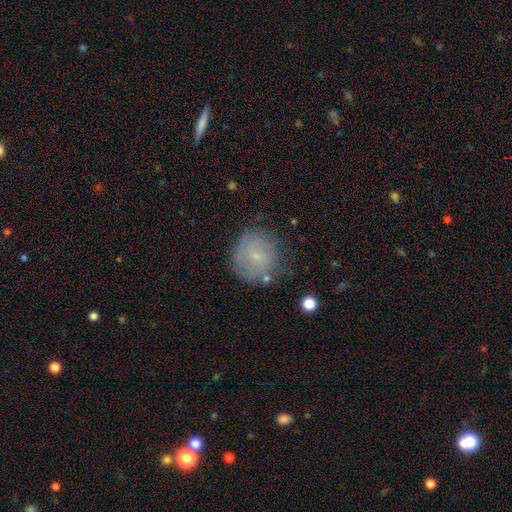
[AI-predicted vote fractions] smooth_or_featured: smooth (p=0.61) [alt: featured or disk p=0.29]
how_rounded: round (p=0.88) [alt: in between p=0.11]
merging: none (p=0.72) [alt: minor disturbance p=0.18]